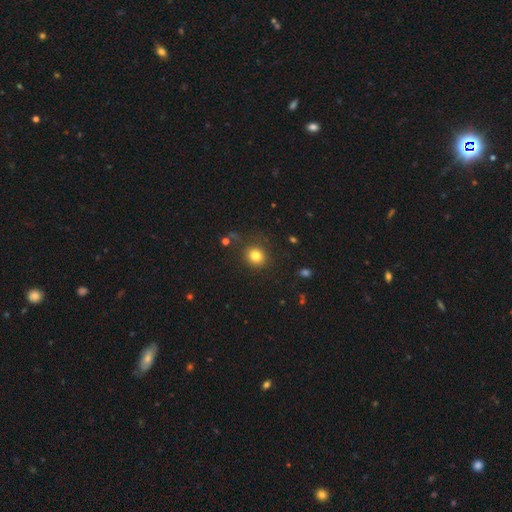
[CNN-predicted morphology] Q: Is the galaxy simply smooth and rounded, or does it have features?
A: smooth — 81%.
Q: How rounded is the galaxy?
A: round — 83%.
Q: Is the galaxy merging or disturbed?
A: none — 84%.